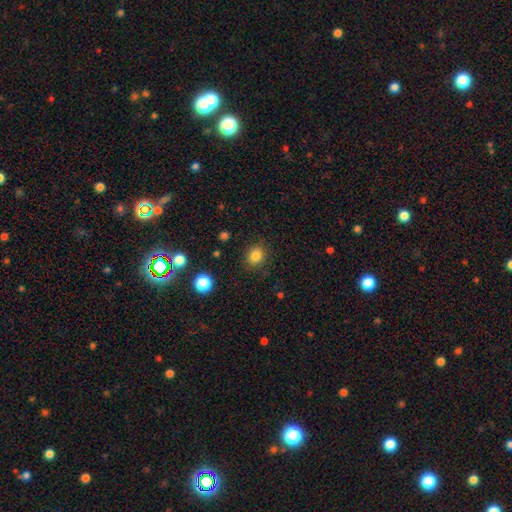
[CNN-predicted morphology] A smooth galaxy with no disk features (83%) that is round (73%).

Vote fractions:
- Smooth or featured? smooth: 83% / star or artifact: 12% / featured or disk: 5%
- How rounded? round: 73% / in between: 27% / cigar-shaped: 1%
- Merging? none: 87% / minor disturbance: 9% / major disturbance: 3% / merger: 1%